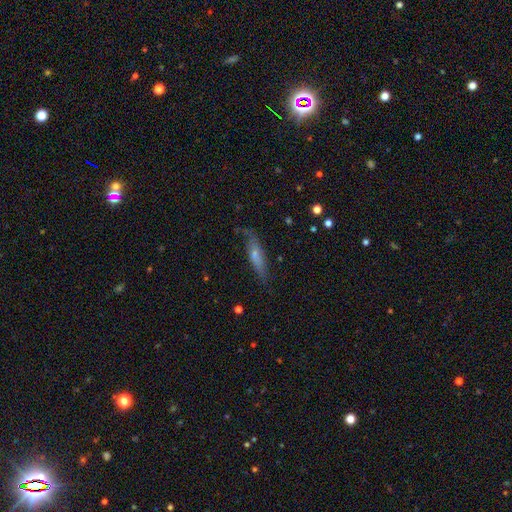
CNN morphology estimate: Q: Smooth or featured?
A: smooth (50%); runner-up: featured or disk (42%)
Q: How rounded?
A: cigar-shaped (72%); runner-up: in between (26%)
Q: Merging?
A: none (65%); runner-up: minor disturbance (25%)